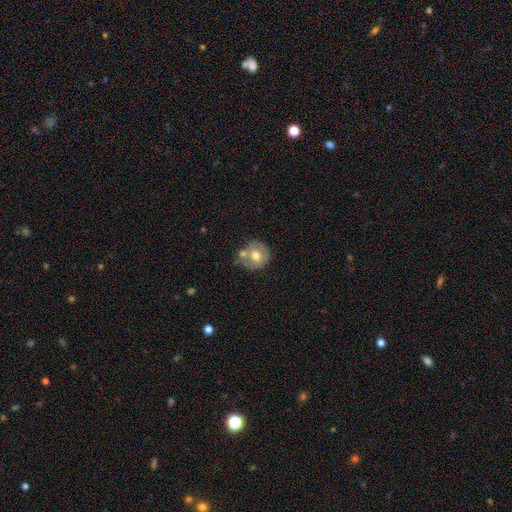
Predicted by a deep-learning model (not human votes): This is possibly a smooth galaxy (58%). How rounded: clearly round (85%). Merging: possibly none (49%).